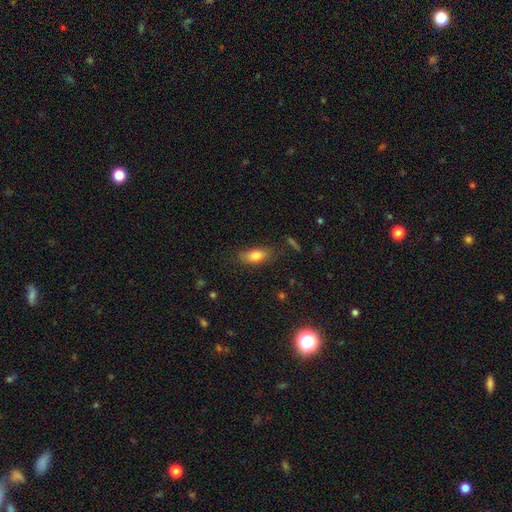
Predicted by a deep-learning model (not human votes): This appears to be a smooth galaxy with no disk features (80%) that is in between round and cigar-shaped (81%). Merging: none (78%).